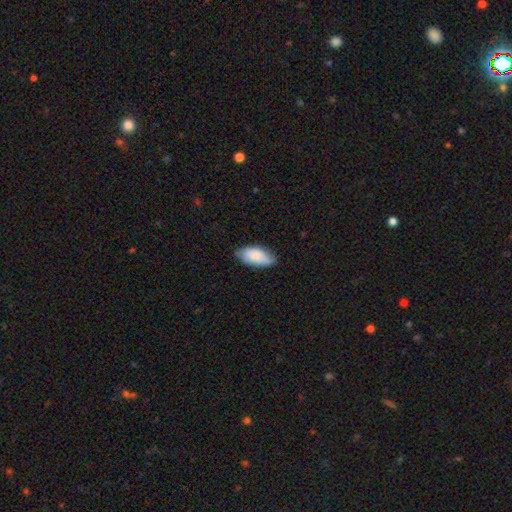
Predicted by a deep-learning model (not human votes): Smooth or featured: smooth — 81% (featured or disk — 13%)
How rounded: in between — 92% (cigar-shaped — 6%)
Merging: none — 72% (minor disturbance — 23%)